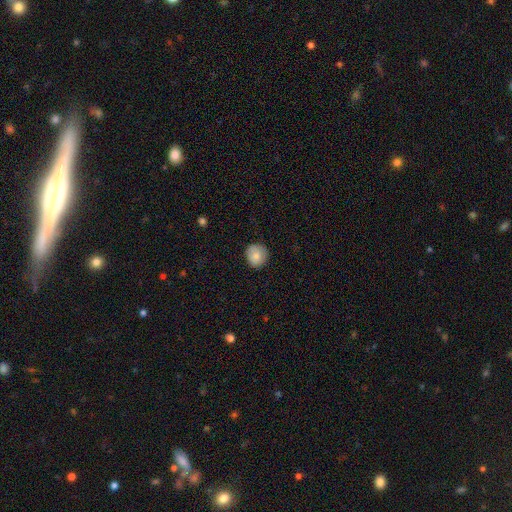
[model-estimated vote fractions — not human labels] A smooth galaxy with no disk features (79%) that is round (87%). Merging: none (83%).